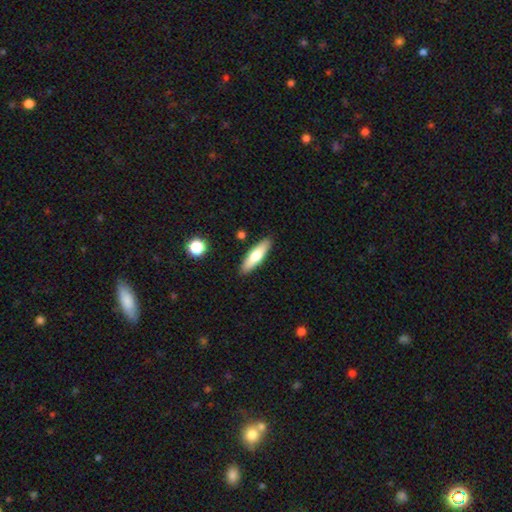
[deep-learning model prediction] Smooth or featured? Predicted: smooth (p=0.68). How rounded? Predicted: cigar-shaped (p=0.63). Merging? Predicted: none (p=0.88).